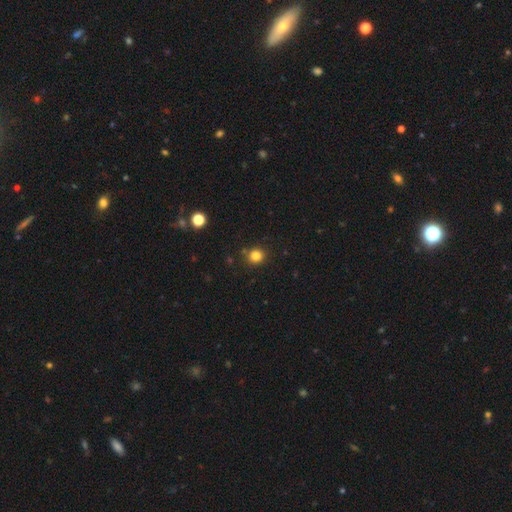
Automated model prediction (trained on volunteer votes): Overall: smooth (83%). How rounded: round (86%). Merging: none (86%).